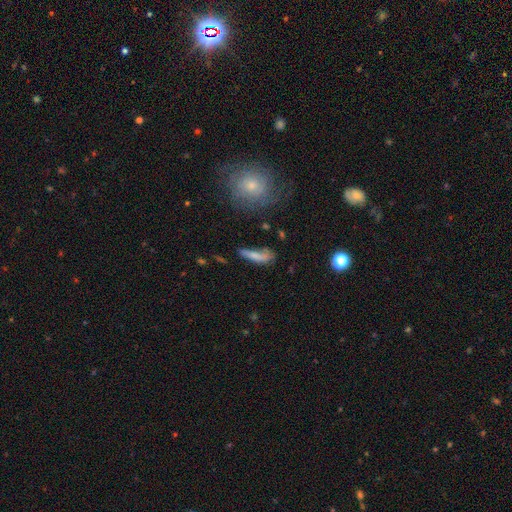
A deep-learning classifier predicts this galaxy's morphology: A smooth galaxy with no disk features (70%) that is cigar-shaped (70%).

Vote fractions:
- Smooth or featured? smooth: 70% / featured or disk: 20% / star or artifact: 9%
- How rounded? cigar-shaped: 70% / in between: 28% / round: 3%
- Merging? none: 46% / minor disturbance: 28% / major disturbance: 17% / merger: 9%